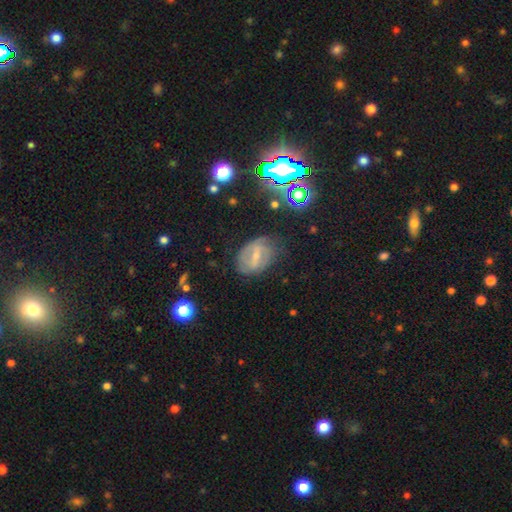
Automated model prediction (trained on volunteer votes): Overall: featured or disk (59%; smooth 28%). Edge-on disk: no (93%). Bar: strong (42%, tied with weak). Spiral arms: yes (60%; no 40%). Bulge size: small (61%; moderate 28%). Merging: none (59%; minor disturbance 26%).